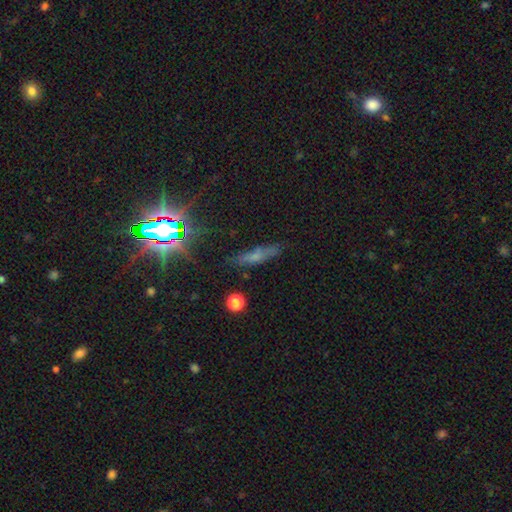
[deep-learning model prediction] Smooth or featured? smooth (47%)
Merging? none (74%)